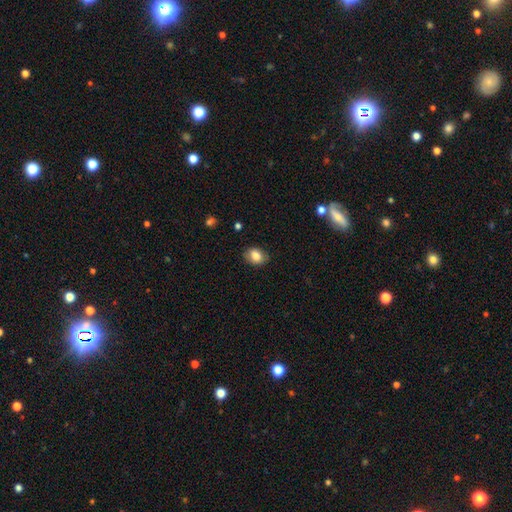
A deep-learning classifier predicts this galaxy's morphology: smooth_or_featured: smooth (p=0.82) [alt: featured or disk p=0.09]
how_rounded: in between (p=0.70) [alt: round p=0.29]
merging: none (p=0.83) [alt: minor disturbance p=0.13]